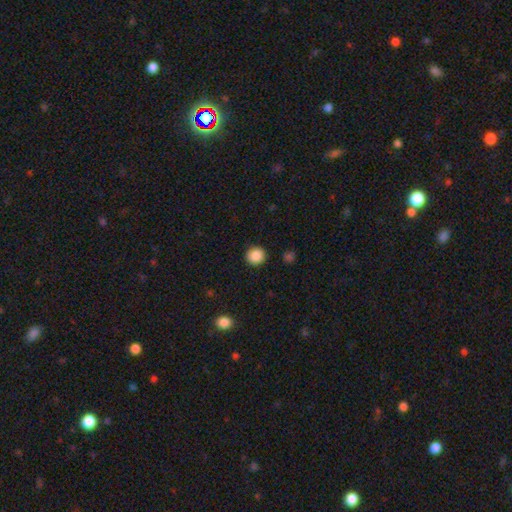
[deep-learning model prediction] A smooth galaxy with no disk features (88%) that is round (93%). Merging: none (92%).